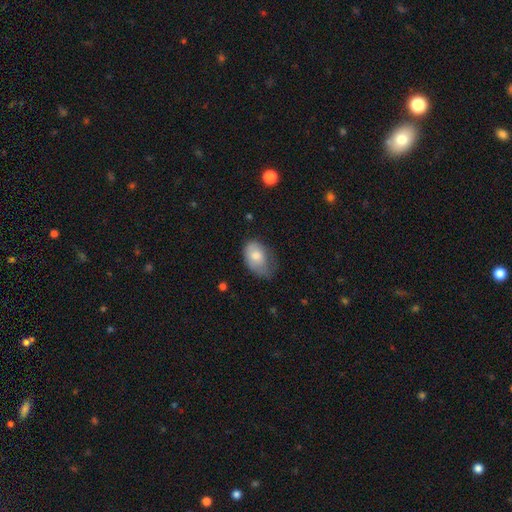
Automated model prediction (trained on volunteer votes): Smooth or featured? smooth (75%)
How rounded? in between (88%)
Merging? minor disturbance (44%)